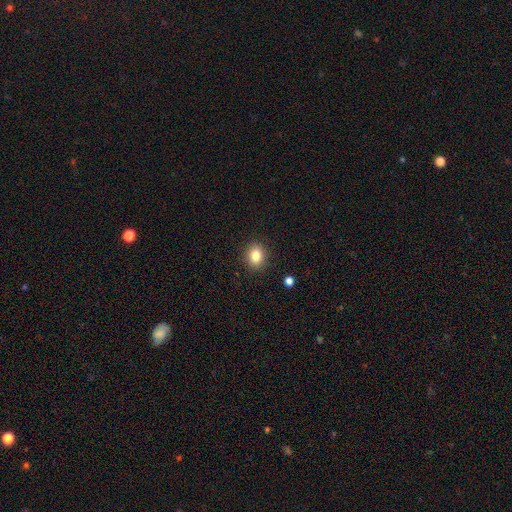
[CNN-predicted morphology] Smooth or featured?
  - smooth: 85% *
  - star or artifact: 10%
  - featured or disk: 6%
How rounded?
  - in between: 57% *
  - round: 42%
  - cigar-shaped: 1%
Merging?
  - none: 89% *
  - minor disturbance: 8%
  - major disturbance: 2%
  - merger: 1%